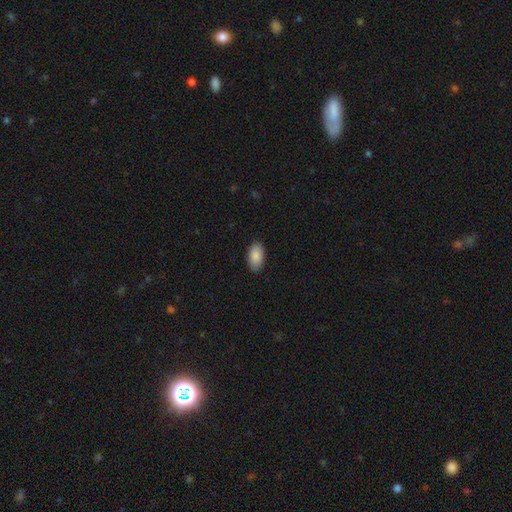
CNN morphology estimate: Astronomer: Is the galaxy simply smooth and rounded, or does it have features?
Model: smooth — 89%.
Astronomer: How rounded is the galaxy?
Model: in between — 95%.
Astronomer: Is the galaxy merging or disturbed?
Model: none — 89%.